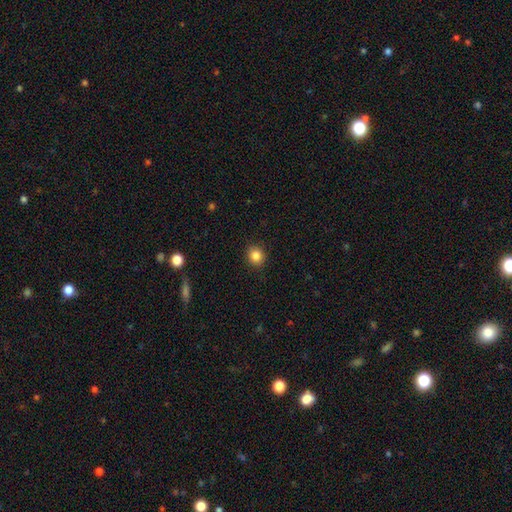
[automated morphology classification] Smooth or featured? Predicted: smooth (p=0.84). How rounded? Predicted: round (p=0.85). Merging? Predicted: none (p=0.91).